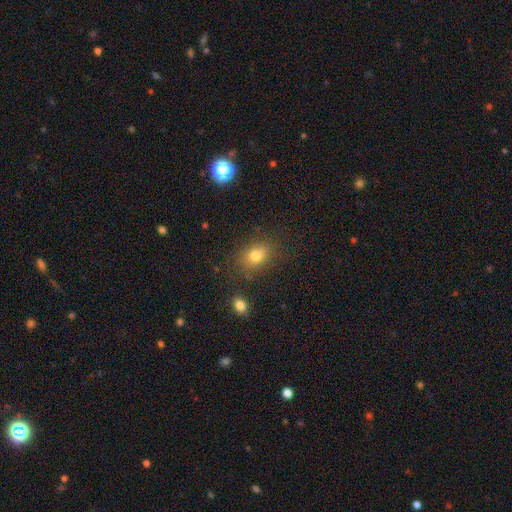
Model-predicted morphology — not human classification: smooth_or_featured: smooth (p=0.77) [alt: star or artifact p=0.14]
how_rounded: in between (p=0.63) [alt: round p=0.36]
merging: none (p=0.78) [alt: minor disturbance p=0.14]